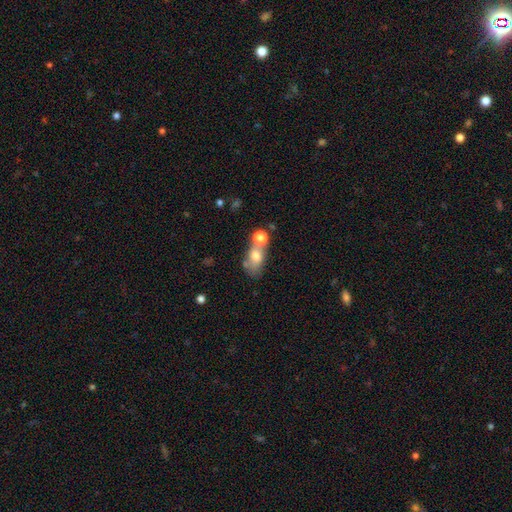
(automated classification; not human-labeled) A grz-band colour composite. It shows a smooth galaxy with no disk features (70%) that is in between round and cigar-shaped (73%). Merging: merger (43%).